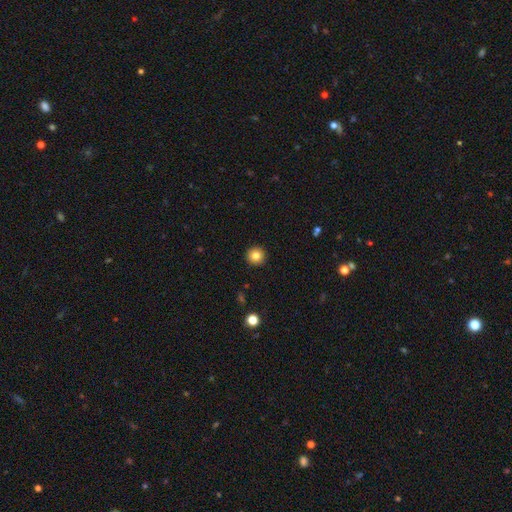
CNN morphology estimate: smooth 83%, star or artifact 10%, featured or disk 6%. Down the decision tree: how rounded — round (95%); merging — none (93%).